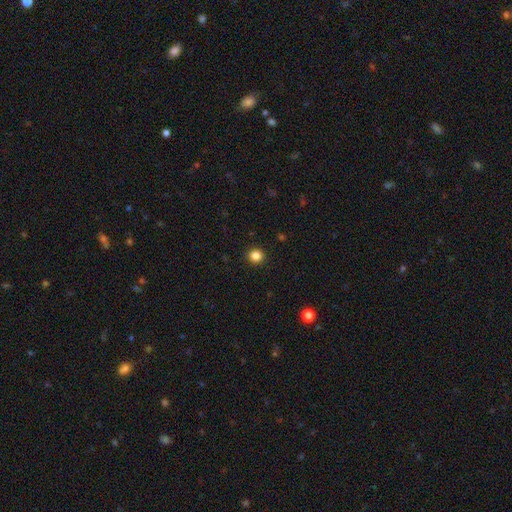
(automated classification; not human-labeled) A smooth galaxy with no disk features (85%) that is round (89%). Merging: none (92%).